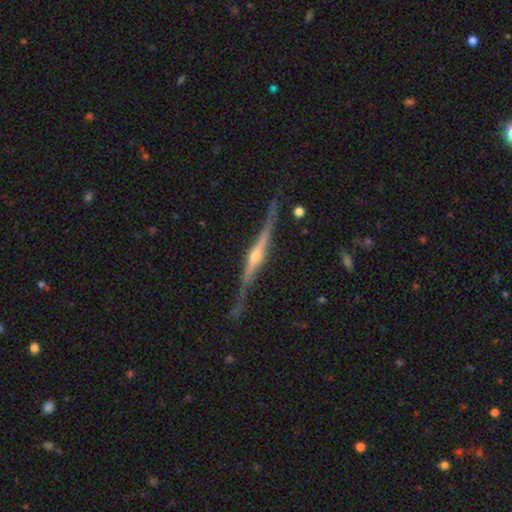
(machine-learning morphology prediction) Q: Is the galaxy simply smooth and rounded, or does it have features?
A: featured or disk — 86%.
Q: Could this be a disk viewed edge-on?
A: yes — 98%.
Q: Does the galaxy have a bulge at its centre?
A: rounded — 91%.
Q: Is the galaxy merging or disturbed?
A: none — 79%.